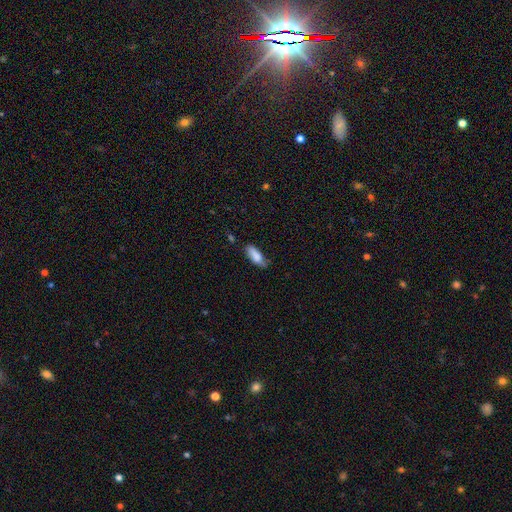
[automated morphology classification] Overall: smooth (84%). How rounded: in between (73%). Merging: none (57%; minor disturbance 33%).